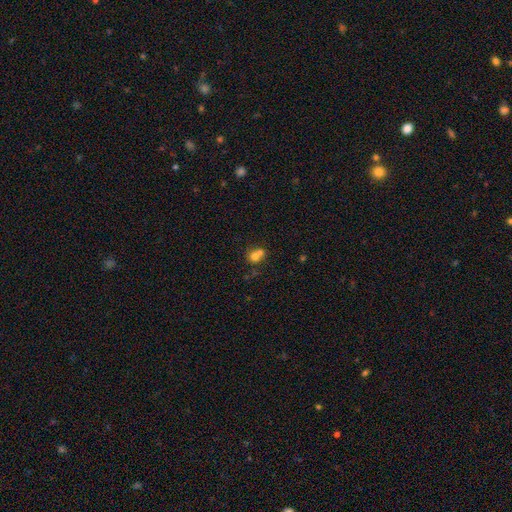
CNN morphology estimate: Overall: smooth (70%). How rounded: round (76%). Merging: merger (59%; none 32%).